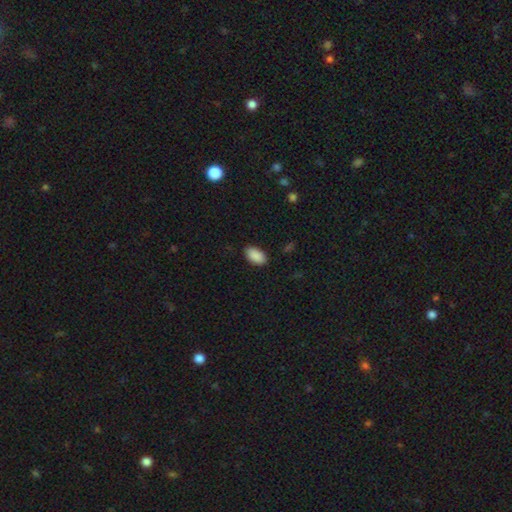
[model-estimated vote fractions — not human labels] The model was most divided on "merging": none: 87%, minor disturbance: 9%, major disturbance: 2%, merger: 1%. More confident: how rounded — in between (94%); smooth or featured — smooth (90%).